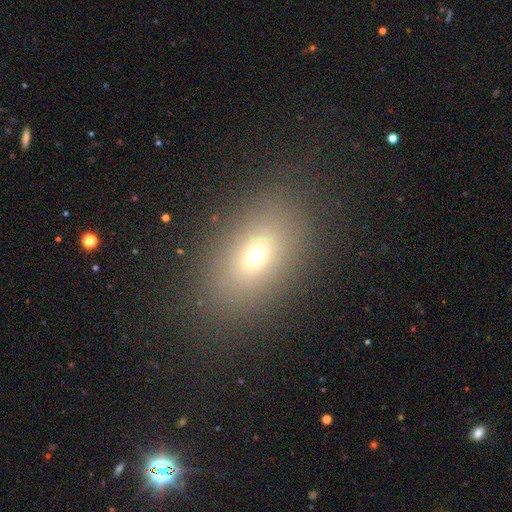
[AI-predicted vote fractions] Smooth or featured?
  - smooth: 66% *
  - star or artifact: 19%
  - featured or disk: 15%
How rounded?
  - in between: 79% *
  - round: 17%
  - cigar-shaped: 4%
Merging?
  - none: 85% *
  - minor disturbance: 8%
  - major disturbance: 5%
  - merger: 1%